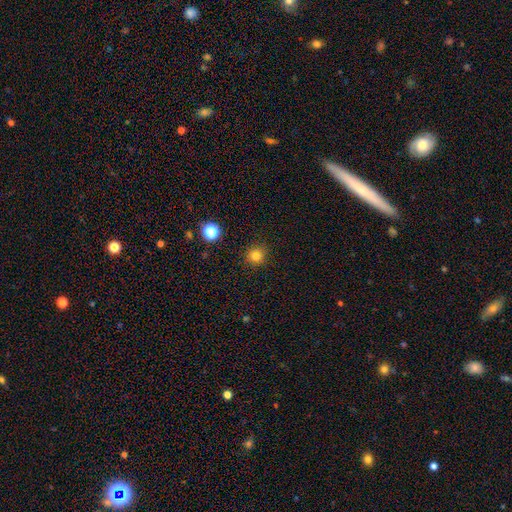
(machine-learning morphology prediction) Q: Smooth or featured?
A: smooth (81%); runner-up: star or artifact (14%)
Q: How rounded?
A: round (92%); runner-up: in between (7%)
Q: Merging?
A: none (90%); runner-up: minor disturbance (7%)